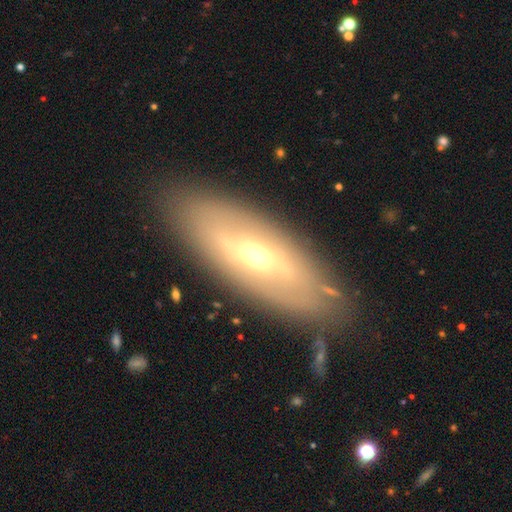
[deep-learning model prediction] This is likely a featured or disk galaxy (63%). It is likely not viewed edge-on (75%). Merging: clearly none (82%).